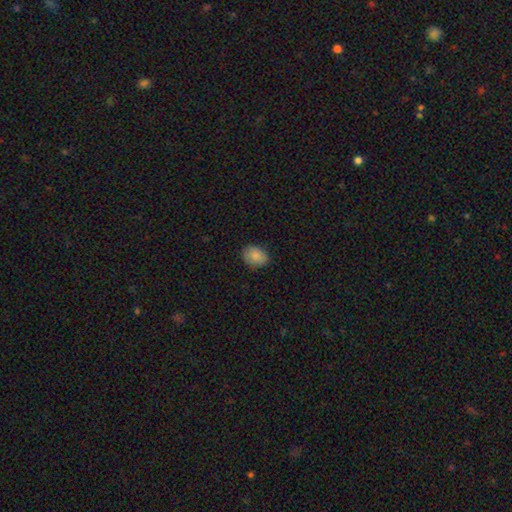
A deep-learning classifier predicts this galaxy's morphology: A smooth galaxy with no disk features (85%) that is in between round and cigar-shaped (64%).

Vote fractions:
- Smooth or featured? smooth: 85% / star or artifact: 8% / featured or disk: 7%
- How rounded? in between: 64% / round: 35% / cigar-shaped: 1%
- Merging? none: 84% / minor disturbance: 13% / major disturbance: 2% / merger: 1%